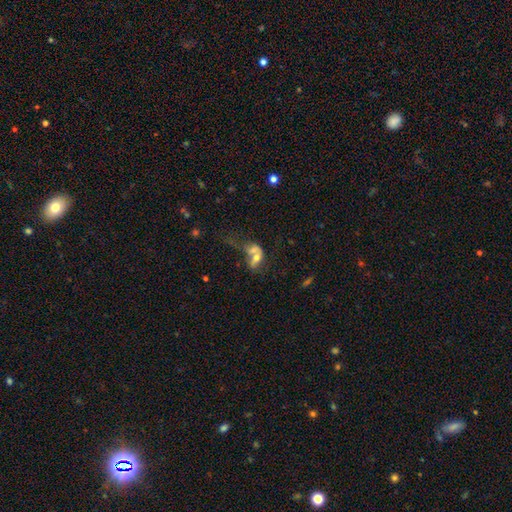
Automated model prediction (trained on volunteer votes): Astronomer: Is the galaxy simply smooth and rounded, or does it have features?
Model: smooth — 50% (runner-up: featured or disk, 37%).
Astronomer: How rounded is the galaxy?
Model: in between — 77%.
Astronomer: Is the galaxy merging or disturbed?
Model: merger — 60%.